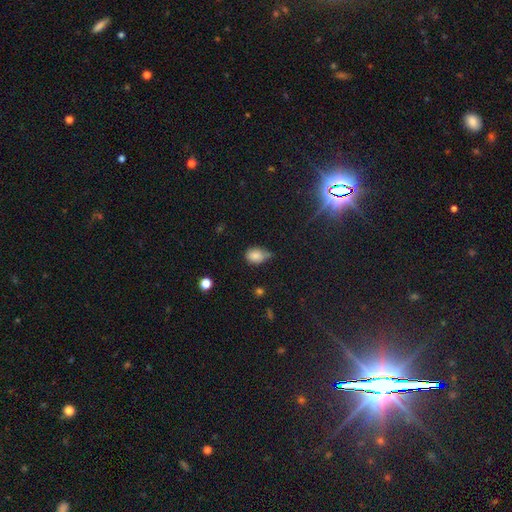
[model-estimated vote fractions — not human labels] Smooth or featured? smooth (82%)
How rounded? in between (71%)
Merging? minor disturbance (46%)